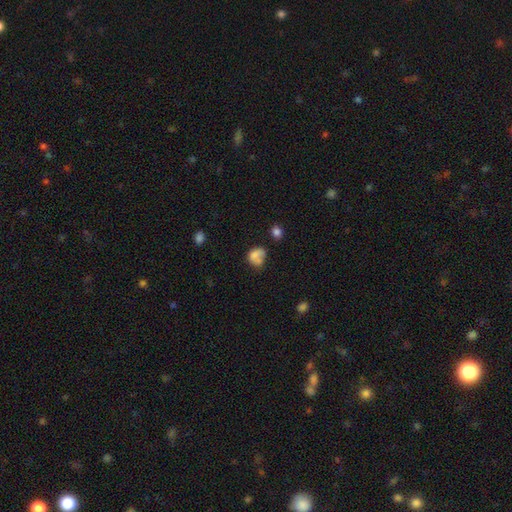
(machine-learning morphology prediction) This appears to be a smooth galaxy with no disk features (69%) that is round (50%). Merging: none (34%).